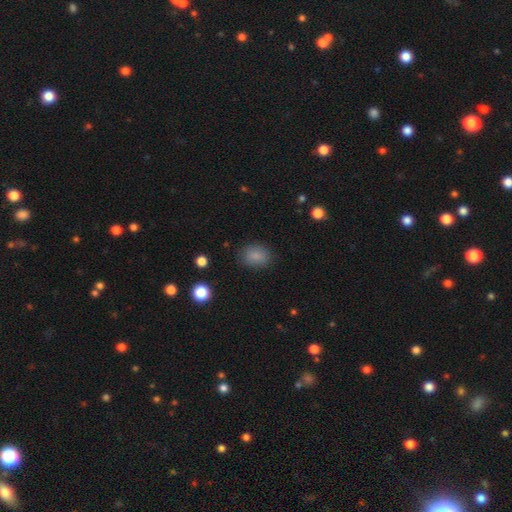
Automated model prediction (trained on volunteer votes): smooth 85%, star or artifact 10%, featured or disk 5%. Down the decision tree: how rounded — in between (56%); merging — none (83%).